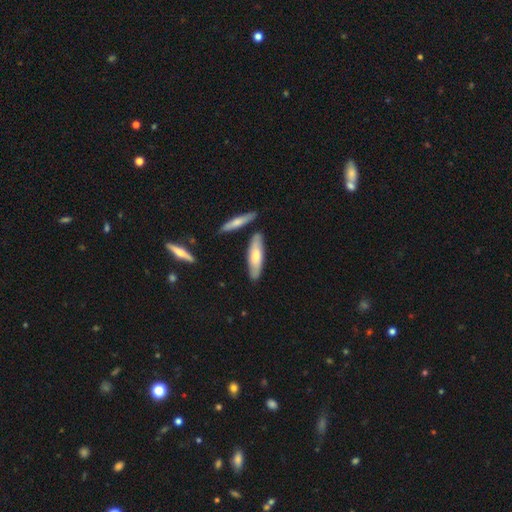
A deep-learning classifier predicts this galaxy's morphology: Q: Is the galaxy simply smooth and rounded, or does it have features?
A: smooth — 57%.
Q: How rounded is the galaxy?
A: cigar-shaped — 61%.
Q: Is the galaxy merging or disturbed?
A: none — 79%.